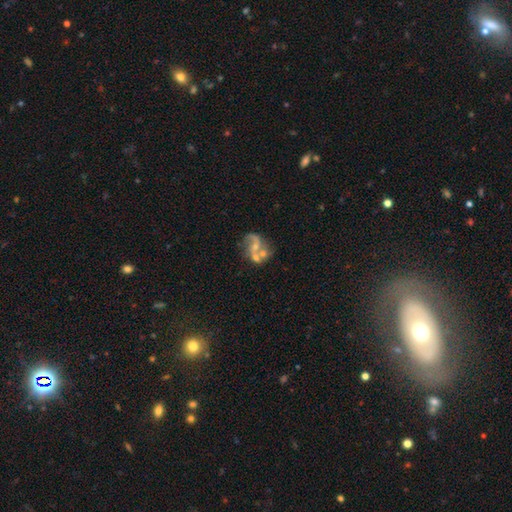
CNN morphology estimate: This appears to be a featured or disk galaxy (67%) with no bar (57%), spiral arms (71%) and a small central bulge (50%). Merging: none (41%).